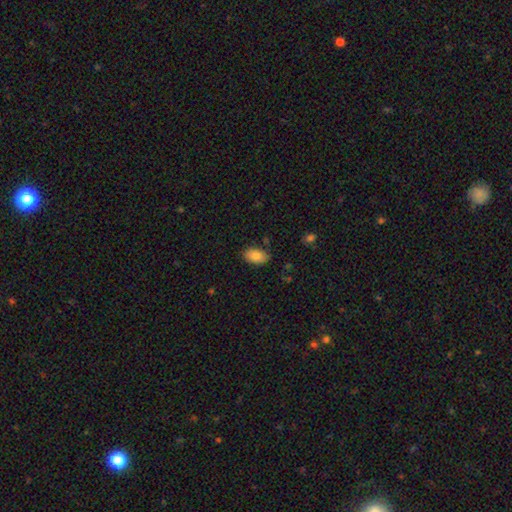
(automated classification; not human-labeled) smooth_or_featured: smooth (p=0.84) [alt: featured or disk p=0.09]
how_rounded: in between (p=0.93) [alt: round p=0.05]
merging: none (p=0.84) [alt: minor disturbance p=0.12]